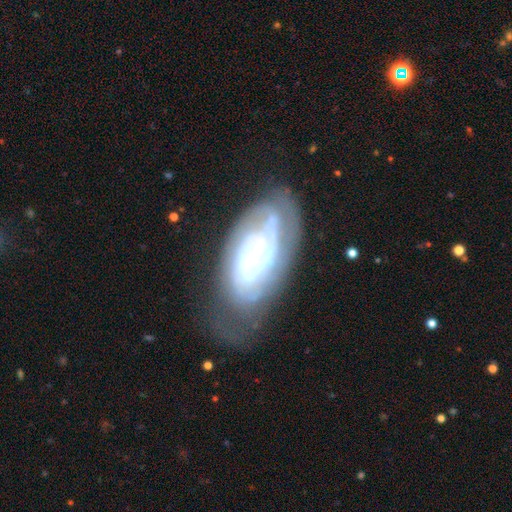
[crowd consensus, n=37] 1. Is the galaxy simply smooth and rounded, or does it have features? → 84% featured or disk, 14% smooth, 3% star or artifact.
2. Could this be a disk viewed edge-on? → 87% no, 13% yes.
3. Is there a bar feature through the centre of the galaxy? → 56% no, 37% weak, 7% strong.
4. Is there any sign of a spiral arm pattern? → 70% yes, 30% no.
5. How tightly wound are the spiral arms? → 63% tight, 32% medium, 5% loose.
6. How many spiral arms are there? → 47% 2, 37% can't tell, 11% 3, 5% 1, 0% 4, 0% more than 4.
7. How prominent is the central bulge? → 48% moderate (tied), 48% small (tied), 4% dominant, 0% large, 0% none.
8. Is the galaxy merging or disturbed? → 50% none, 36% minor disturbance, 14% major disturbance, 0% merger.